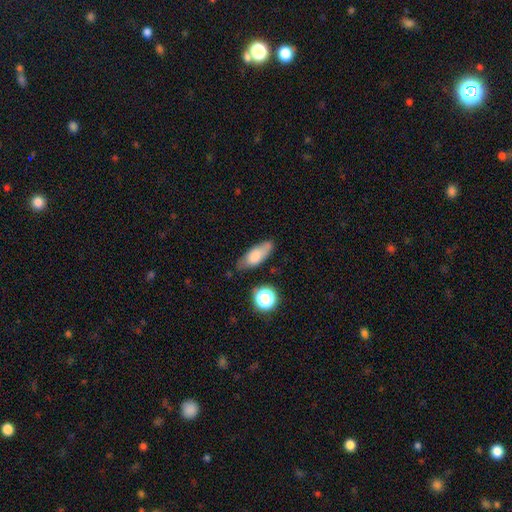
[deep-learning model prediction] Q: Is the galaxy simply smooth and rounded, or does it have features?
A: smooth — 74%.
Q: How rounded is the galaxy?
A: in between — 66%.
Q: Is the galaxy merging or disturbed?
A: none — 65%.